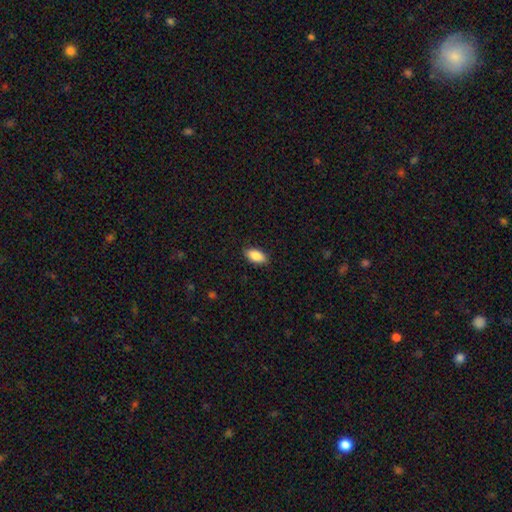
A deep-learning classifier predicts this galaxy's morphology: Smooth or featured? Predicted: smooth (p=0.88). How rounded? Predicted: in between (p=0.92). Merging? Predicted: none (p=0.87).